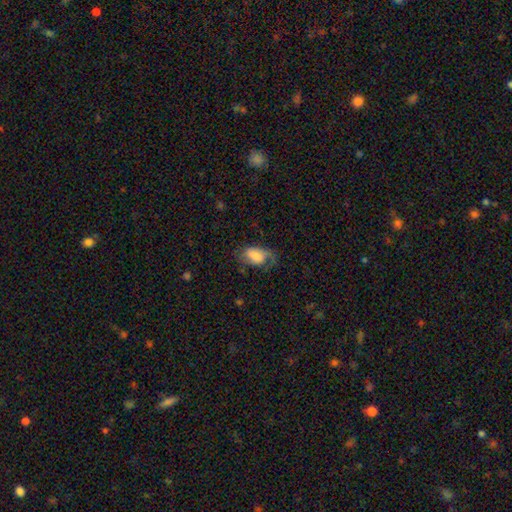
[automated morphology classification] This appears to be a smooth galaxy with no disk features (62%) that is in between round and cigar-shaped (91%). Merging: none (39%).